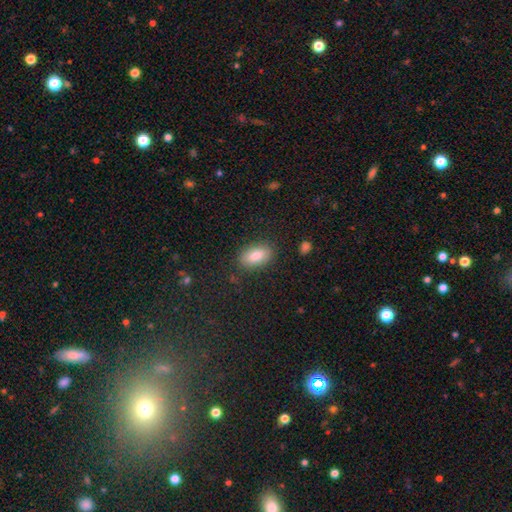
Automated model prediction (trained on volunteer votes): smooth 84%, featured or disk 8%, star or artifact 8%. Down the decision tree: how rounded — in between (91%); merging — none (86%).